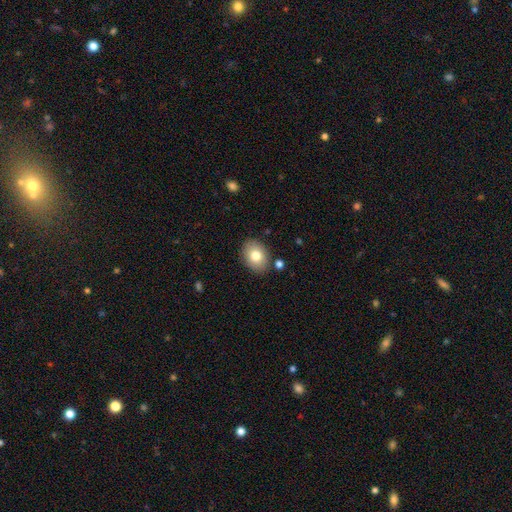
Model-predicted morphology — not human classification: type=smooth (79%); roundness=in between (66%); merging=none (85%).